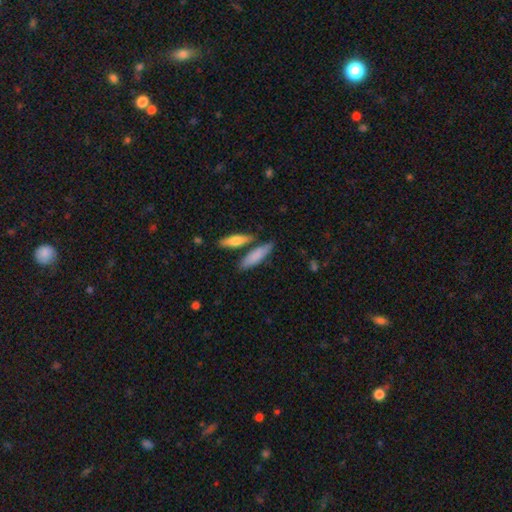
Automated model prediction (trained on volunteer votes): Smooth or featured: smooth — 79% (featured or disk — 16%)
How rounded: cigar-shaped — 59% (in between — 39%)
Merging: none — 69% (merger — 14%)